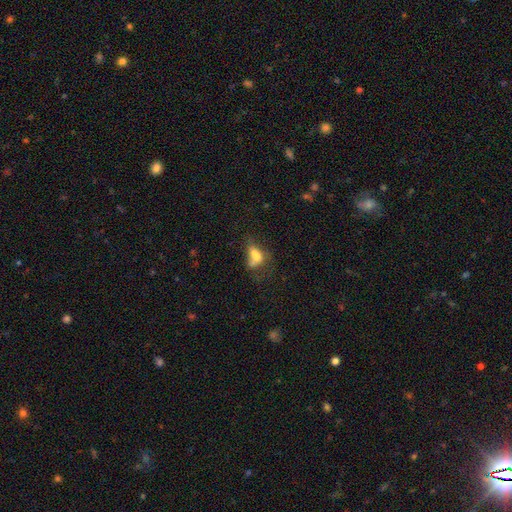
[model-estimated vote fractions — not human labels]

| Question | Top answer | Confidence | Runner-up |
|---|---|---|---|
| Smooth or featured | smooth | 61% | featured or disk (25%) |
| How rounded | in between | 77% | round (16%) |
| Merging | merger | 46% | none (20%) |